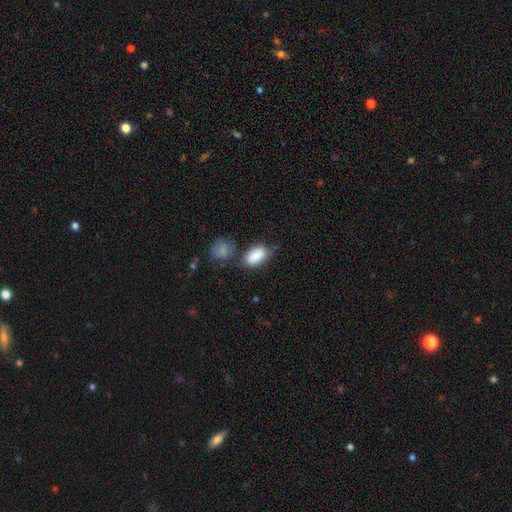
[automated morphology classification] The model was most divided on "merging": none: 47%, minor disturbance: 26%, merger: 17%, major disturbance: 10%. More confident: how rounded — in between (90%); smooth or featured — smooth (85%).